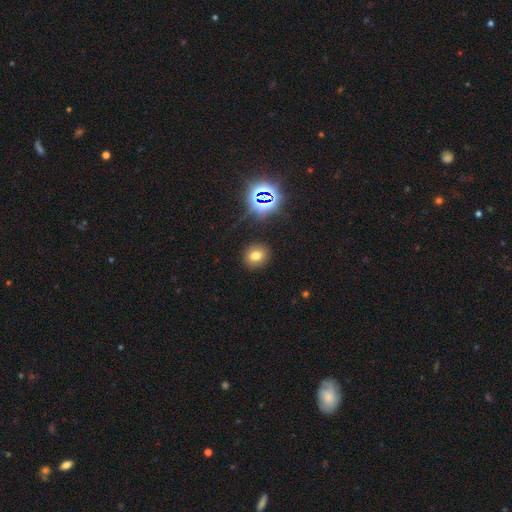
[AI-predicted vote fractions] Smooth or featured: smooth — 71% (star or artifact — 20%)
How rounded: round — 70% (in between — 29%)
Merging: none — 89% (minor disturbance — 7%)